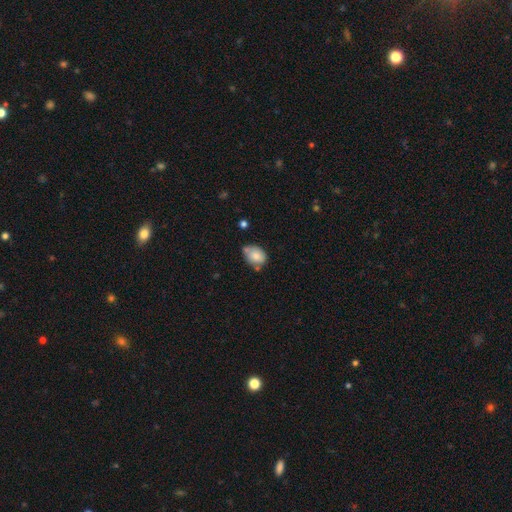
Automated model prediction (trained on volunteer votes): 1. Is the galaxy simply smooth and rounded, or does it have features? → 77% smooth, 15% featured or disk, 8% star or artifact.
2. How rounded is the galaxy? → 68% in between, 30% round, 1% cigar-shaped.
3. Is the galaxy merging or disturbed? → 50% none, 31% minor disturbance, 13% merger, 6% major disturbance.